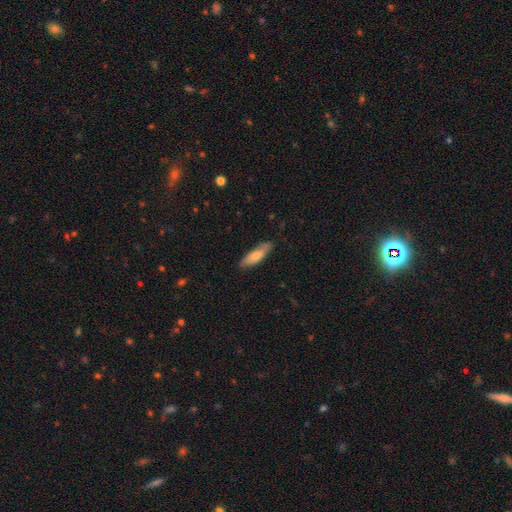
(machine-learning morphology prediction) smooth_or_featured: smooth (p=0.71) [alt: featured or disk p=0.24]
how_rounded: cigar-shaped (p=0.56) [alt: in between p=0.42]
merging: none (p=0.80) [alt: minor disturbance p=0.16]